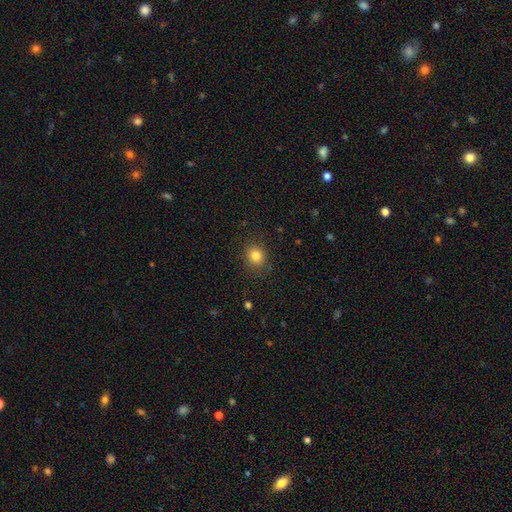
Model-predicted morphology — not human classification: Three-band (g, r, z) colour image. It shows a smooth galaxy with no disk features (82%) that is round (71%). Merging: none (85%).